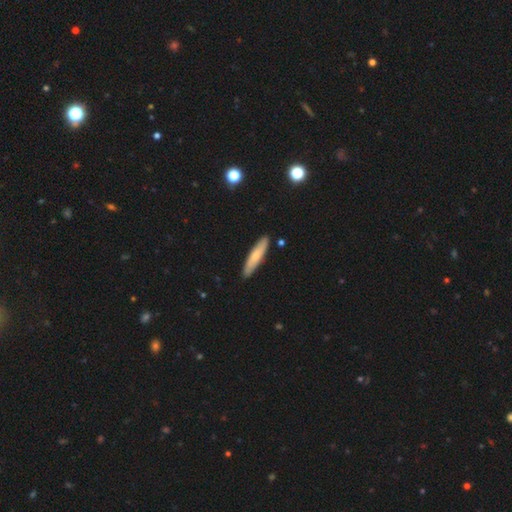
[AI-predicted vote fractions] This appears to be a smooth galaxy with no disk features (66%) that is cigar-shaped (84%). Merging: none (88%).